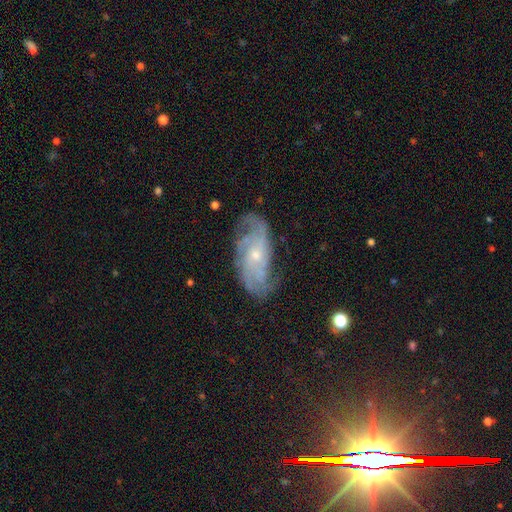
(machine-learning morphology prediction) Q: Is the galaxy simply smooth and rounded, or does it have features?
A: featured or disk — 84%.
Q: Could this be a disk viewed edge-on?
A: no — 95%.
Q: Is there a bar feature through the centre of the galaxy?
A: no — 71%.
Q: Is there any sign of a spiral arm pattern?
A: yes — 96%.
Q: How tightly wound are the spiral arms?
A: tight — 47%.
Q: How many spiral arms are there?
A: can't tell — 25%, tied with 3.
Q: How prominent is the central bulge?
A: small — 70%.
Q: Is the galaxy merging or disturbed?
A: none — 72%.